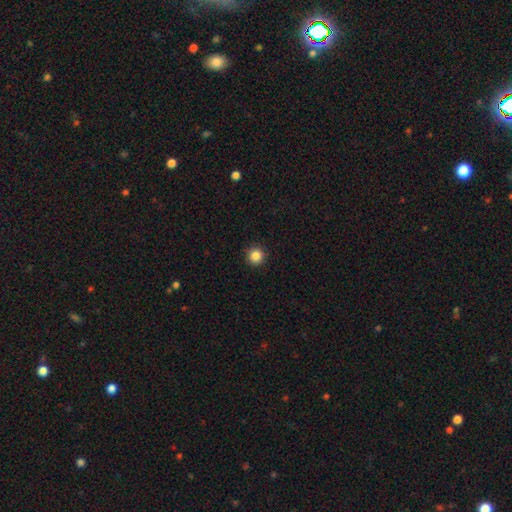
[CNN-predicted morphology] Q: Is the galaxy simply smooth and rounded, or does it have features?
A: smooth — 86%.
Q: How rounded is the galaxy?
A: round — 96%.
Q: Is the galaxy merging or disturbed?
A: none — 92%.